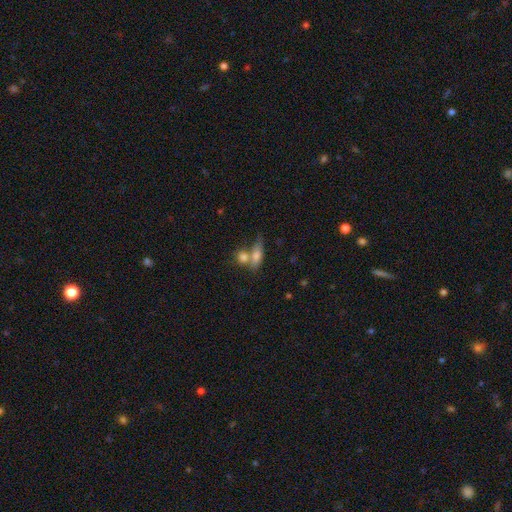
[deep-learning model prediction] Q: Smooth or featured?
A: smooth (71%); runner-up: featured or disk (20%)
Q: How rounded?
A: in between (60%); runner-up: cigar-shaped (28%)
Q: Merging?
A: merger (44%); runner-up: none (37%)